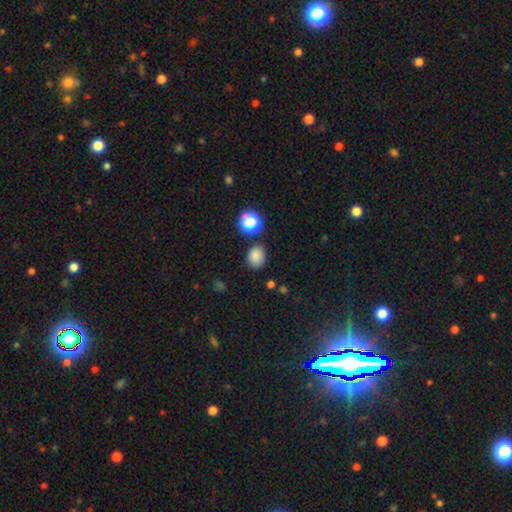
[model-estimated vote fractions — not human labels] smooth-or-featured: smooth: 82% | star or artifact: 13% | featured or disk: 5%
  how-rounded: in between: 51% | round: 48% | cigar-shaped: 1%
  merging: none: 77% | minor disturbance: 15% | merger: 5% | major disturbance: 4%